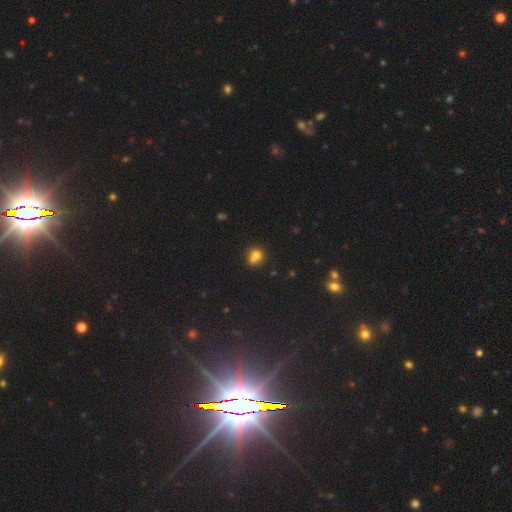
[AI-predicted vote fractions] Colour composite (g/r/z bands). It shows a smooth galaxy with no disk features (70%) that is round (70%). Merging: merger (52%).